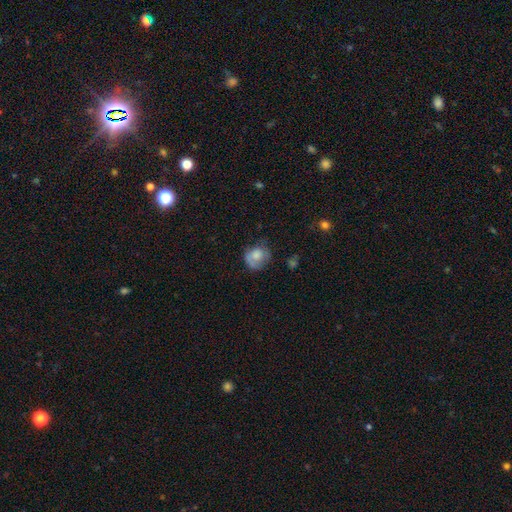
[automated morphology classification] smooth 68%, featured or disk 23%, star or artifact 8%. Down the decision tree: how rounded — round (69%); merging — none (46%).